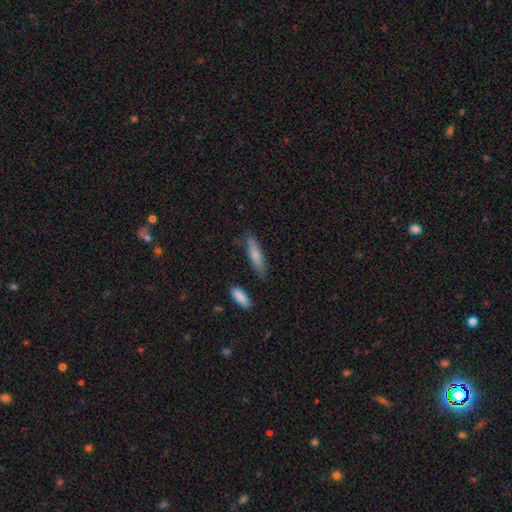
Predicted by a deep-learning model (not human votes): The model was most divided on "how rounded": cigar-shaped: 66%, in between: 32%, round: 2%. More confident: smooth or featured — smooth (75%); merging — none (73%).